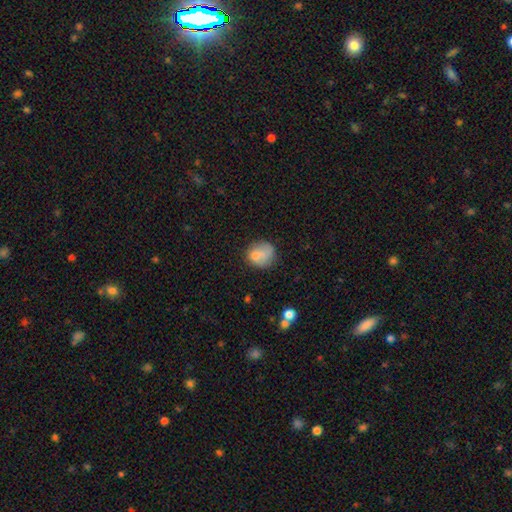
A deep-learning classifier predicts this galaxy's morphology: Q: Smooth or featured?
A: smooth (72%); runner-up: featured or disk (18%)
Q: How rounded?
A: round (72%); runner-up: in between (27%)
Q: Merging?
A: none (58%); runner-up: minor disturbance (24%)